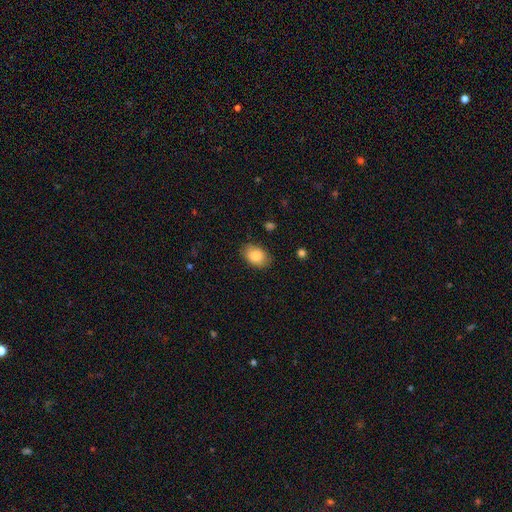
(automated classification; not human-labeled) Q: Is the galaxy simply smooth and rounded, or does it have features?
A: smooth — 85%.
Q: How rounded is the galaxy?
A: in between — 82%.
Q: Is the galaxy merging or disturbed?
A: none — 83%.